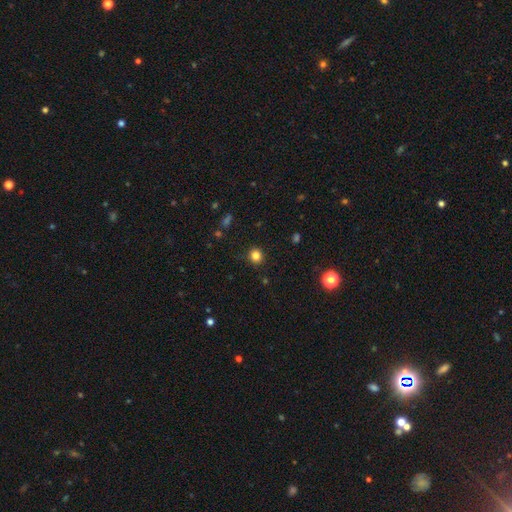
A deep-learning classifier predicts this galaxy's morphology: A smooth galaxy with no disk features (82%) that is round (85%). Merging: none (89%).